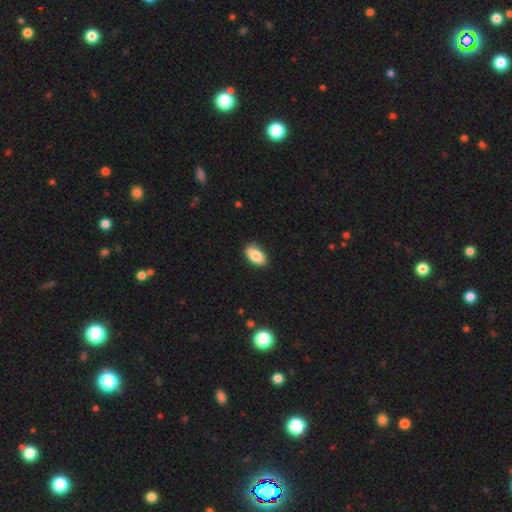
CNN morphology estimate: Smooth or featured: smooth — 85% (featured or disk — 8%)
How rounded: in between — 92% (cigar-shaped — 4%)
Merging: none — 84% (minor disturbance — 13%)